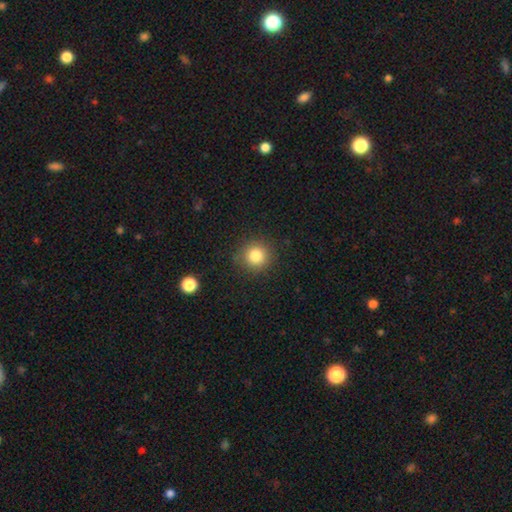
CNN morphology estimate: This is clearly a smooth galaxy (83%). How rounded: clearly round (92%). Merging: clearly none (88%).